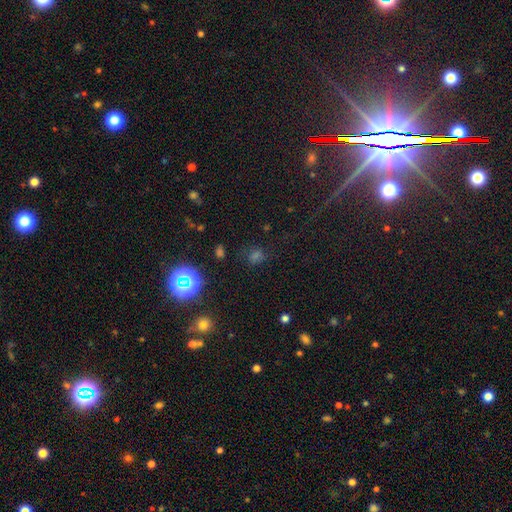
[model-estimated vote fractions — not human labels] Q: Smooth or featured?
A: star or artifact (51%); runner-up: smooth (40%)